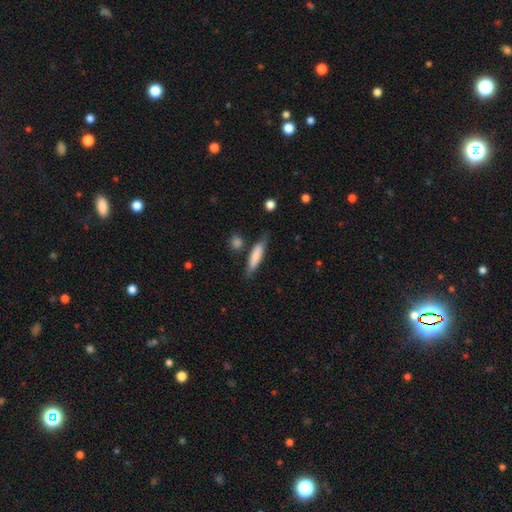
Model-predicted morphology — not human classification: type=smooth (73%); roundness=cigar-shaped (78%); merging=none (71%).